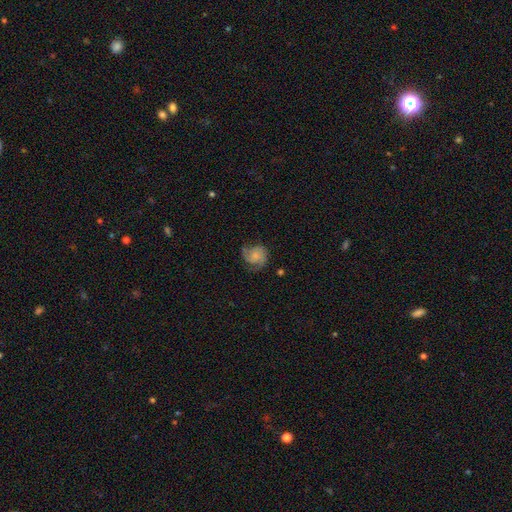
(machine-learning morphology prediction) This appears to be a featured or disk galaxy (66%) with no bar (75%), 2 (51%) medium (45%) spiral arms (93%) and a small central bulge (59%). Merging: none (63%).